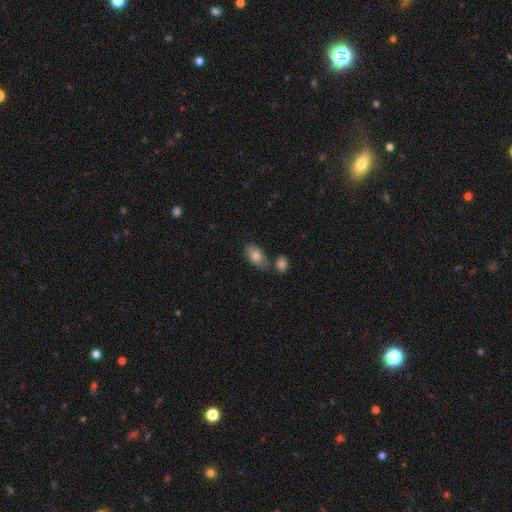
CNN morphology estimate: The model was most divided on "merging": none: 65%, merger: 16%, minor disturbance: 15%, major disturbance: 4%. More confident: how rounded — in between (91%); smooth or featured — smooth (77%).